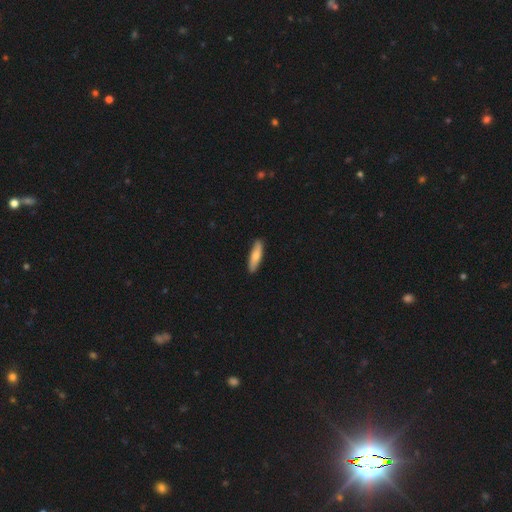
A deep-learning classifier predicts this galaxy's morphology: type=smooth (75%); roundness=cigar-shaped (72%); merging=none (89%).